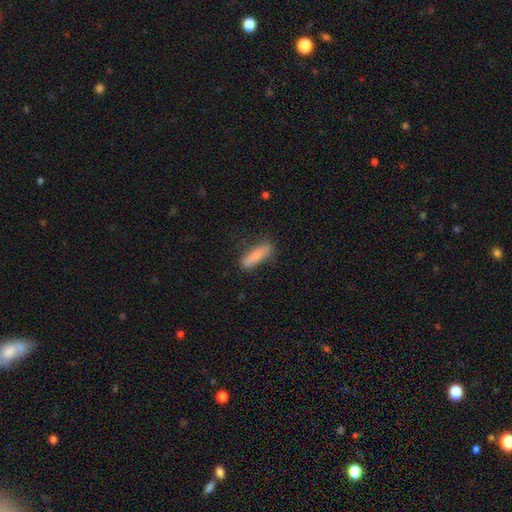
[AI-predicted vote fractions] This appears to be a smooth galaxy with no disk features (80%) that is cigar-shaped (68%). Merging: none (77%).